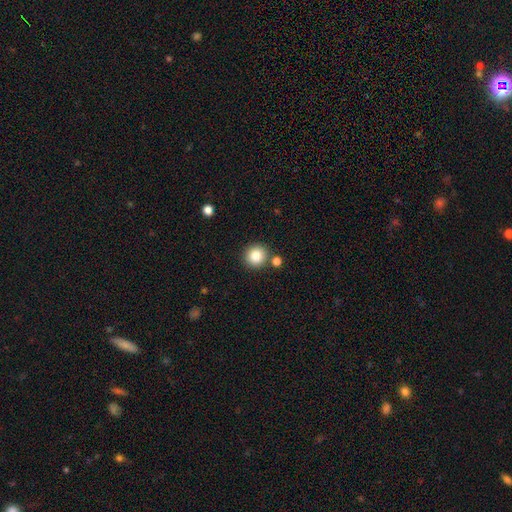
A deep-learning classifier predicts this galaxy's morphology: This appears to be a smooth galaxy with no disk features (84%) that is round (93%). Merging: none (82%).